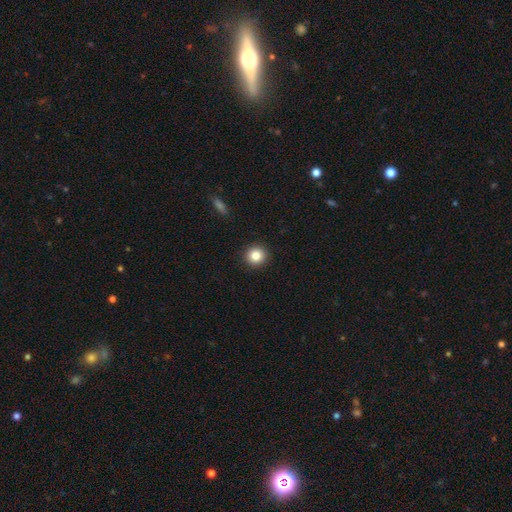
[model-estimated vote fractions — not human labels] smooth-or-featured: smooth: 84% | star or artifact: 10% | featured or disk: 6%
  how-rounded: round: 93% | in between: 6% | cigar-shaped: 1%
  merging: none: 92% | minor disturbance: 5% | major disturbance: 2% | merger: 1%